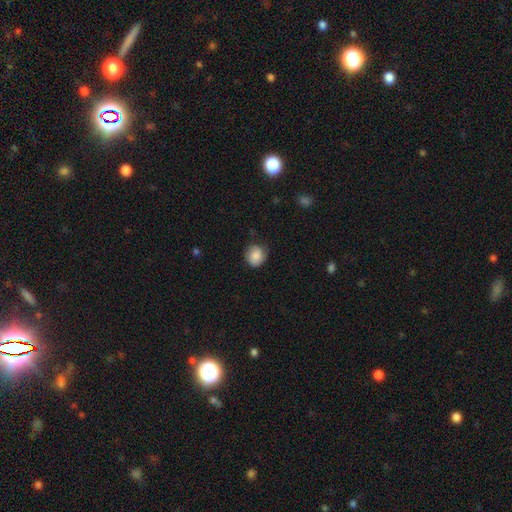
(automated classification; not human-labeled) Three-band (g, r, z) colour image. It shows a smooth galaxy with no disk features (84%) that is round (80%). Merging: none (71%).